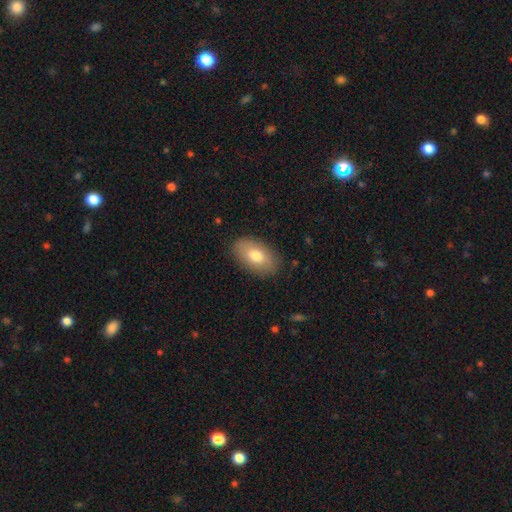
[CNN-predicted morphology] Overall: smooth (75%). How rounded: in between (93%). Merging: none (85%).